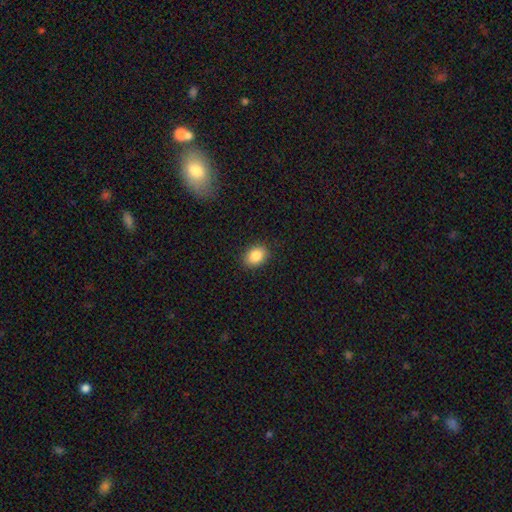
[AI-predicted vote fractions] A smooth galaxy with no disk features (84%) that is in between round and cigar-shaped (68%). Merging: none (88%).